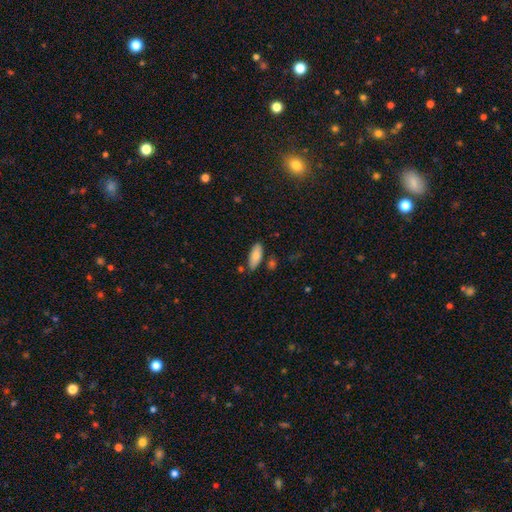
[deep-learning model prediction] Smooth or featured? Predicted: smooth (p=0.80). How rounded? Predicted: in between (p=0.81). Merging? Predicted: none (p=0.78).